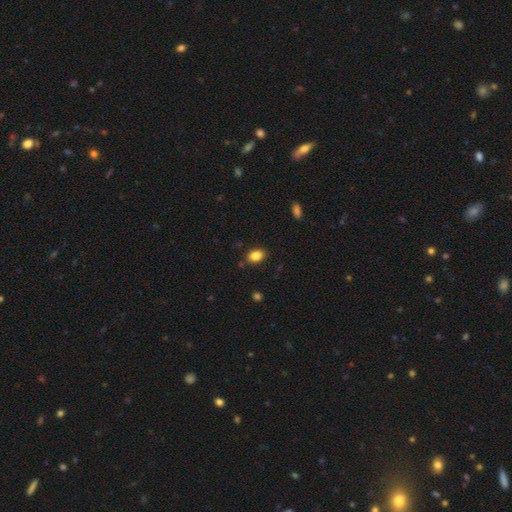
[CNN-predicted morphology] This appears to be a smooth galaxy with no disk features (84%) that is in between round and cigar-shaped (76%). Merging: none (85%).